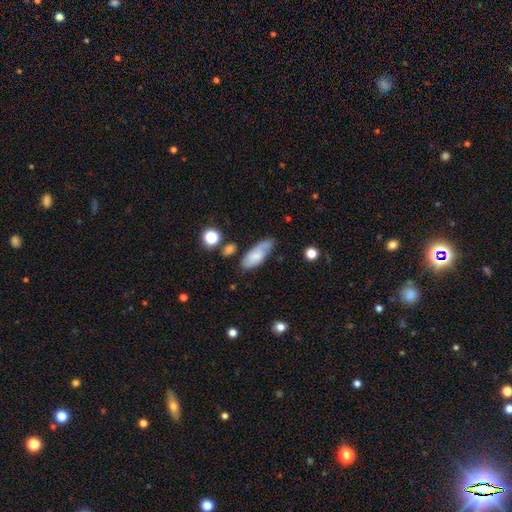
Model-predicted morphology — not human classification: A smooth galaxy with no disk features (62%) that is in between round and cigar-shaped (77%).

Vote fractions:
- Smooth or featured? smooth: 62% / featured or disk: 30% / star or artifact: 8%
- How rounded? in between: 77% / cigar-shaped: 21% / round: 2%
- Merging? none: 60% / minor disturbance: 26% / major disturbance: 8% / merger: 6%